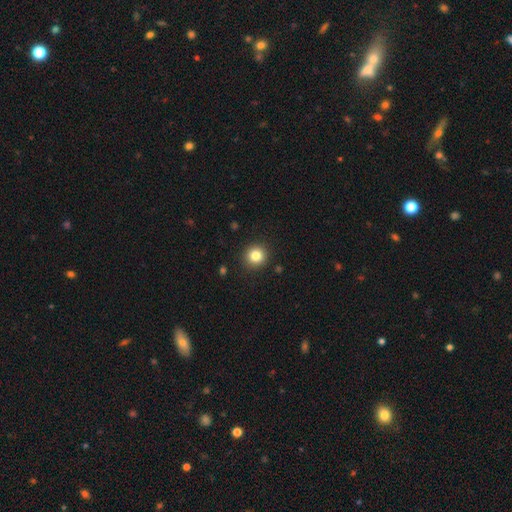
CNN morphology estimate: This appears to be a smooth galaxy with no disk features (82%) that is round (93%). Merging: none (91%).